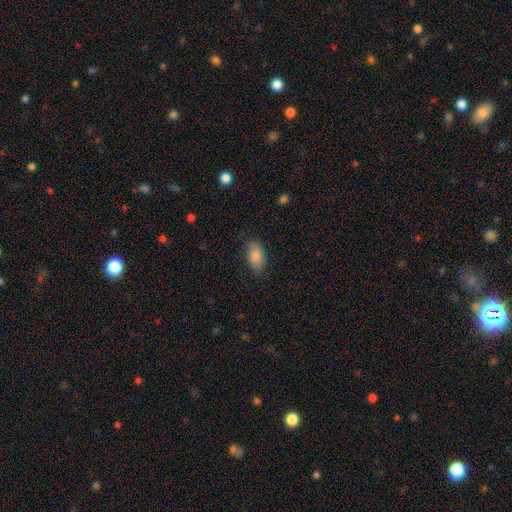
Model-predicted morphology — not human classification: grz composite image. It shows a smooth galaxy with no disk features (85%) that is in between round and cigar-shaped (93%). Merging: none (78%).